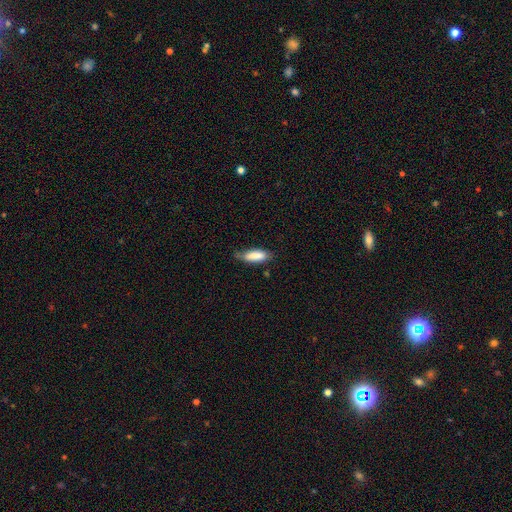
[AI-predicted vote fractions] A smooth galaxy with no disk features (85%) that is in between round and cigar-shaped (61%).

Vote fractions:
- Smooth or featured? smooth: 85% / featured or disk: 9% / star or artifact: 6%
- How rounded? in between: 61% / cigar-shaped: 38% / round: 2%
- Merging? none: 61% / minor disturbance: 31% / major disturbance: 6% / merger: 2%